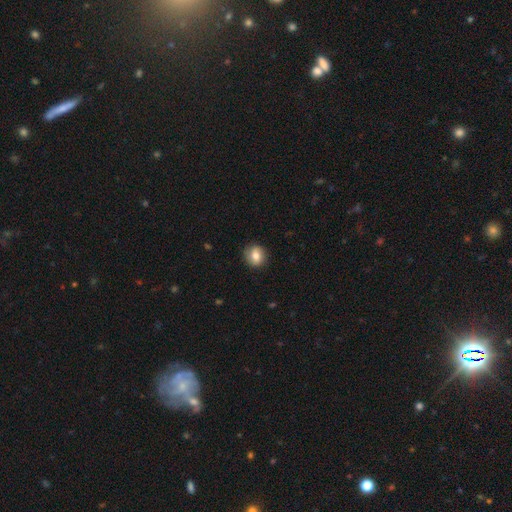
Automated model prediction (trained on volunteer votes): smooth_or_featured: smooth (p=0.75) [alt: featured or disk p=0.16]
how_rounded: round (p=0.79) [alt: in between p=0.20]
merging: none (p=0.86) [alt: minor disturbance p=0.10]